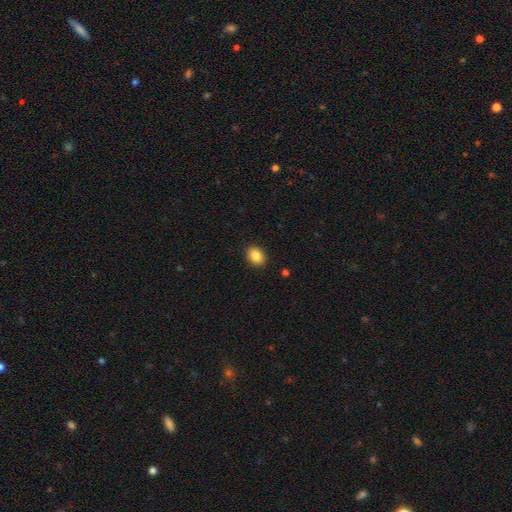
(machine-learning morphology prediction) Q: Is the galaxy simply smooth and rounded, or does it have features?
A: smooth — 87%.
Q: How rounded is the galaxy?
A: in between — 67%.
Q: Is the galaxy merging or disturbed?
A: none — 90%.